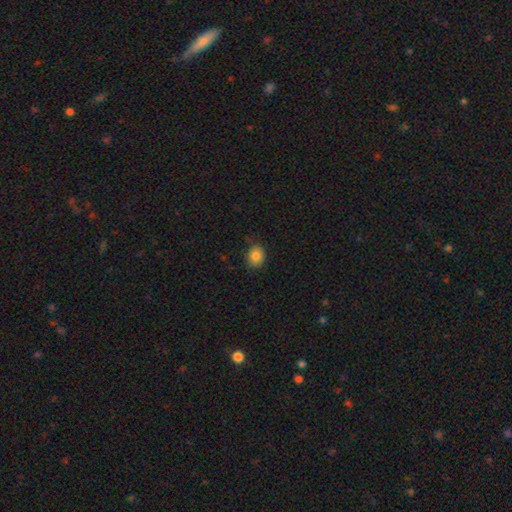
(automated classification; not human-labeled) This is clearly a smooth galaxy (83%). How rounded: possibly round (55%). Merging: clearly none (81%).